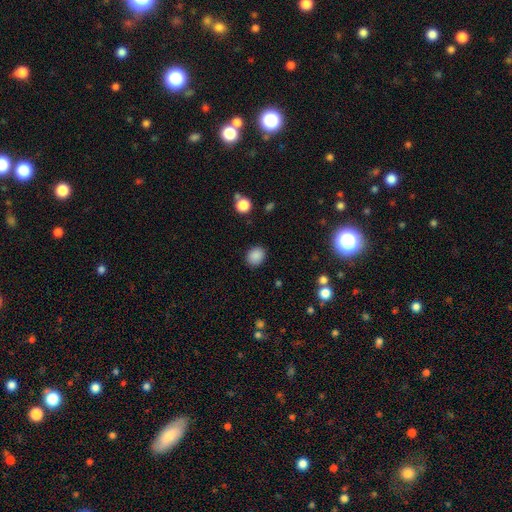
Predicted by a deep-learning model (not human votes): Overall: smooth (87%). How rounded: round (61%; in between 38%). Merging: none (88%).